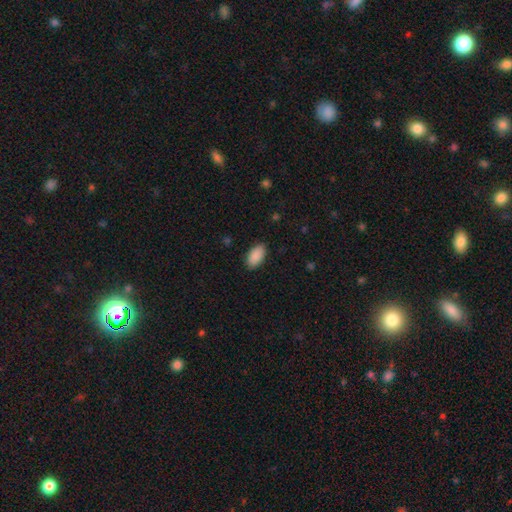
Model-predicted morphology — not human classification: The model was most divided on "merging": none: 87%, minor disturbance: 9%, major disturbance: 2%, merger: 1%. More confident: how rounded — in between (95%); smooth or featured — smooth (91%).